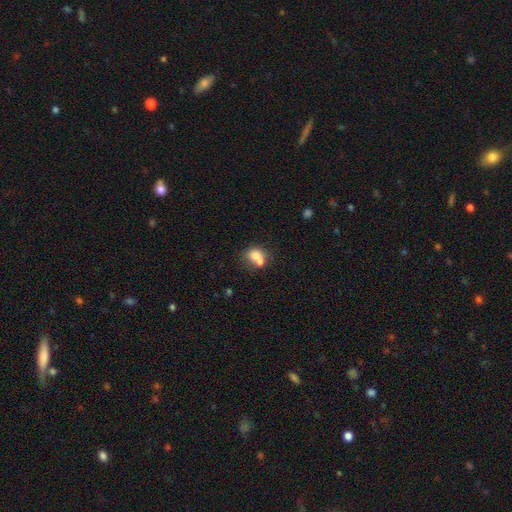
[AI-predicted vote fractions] Smooth or featured? smooth (70%)
How rounded? round (49%, tied with in between)
Merging? merger (57%)